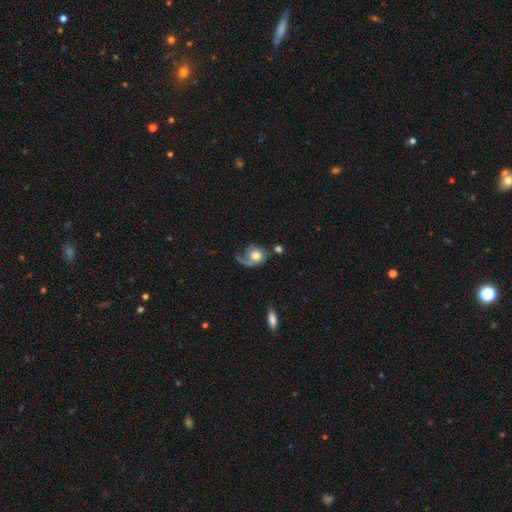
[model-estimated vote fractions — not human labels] Morphology: type=featured or disk (50%); merging=none (37%).